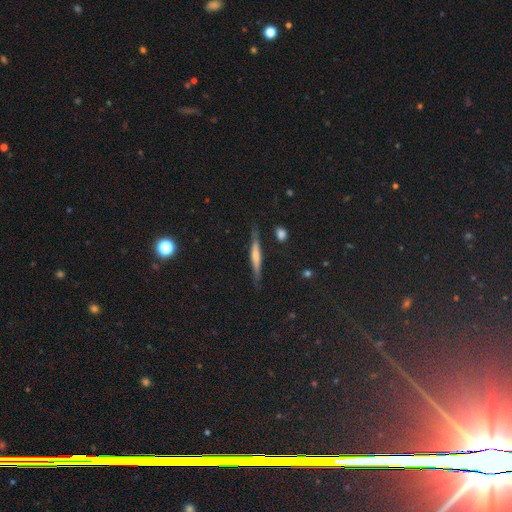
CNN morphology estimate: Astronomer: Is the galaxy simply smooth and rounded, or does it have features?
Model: featured or disk — 53% (runner-up: smooth, 38%).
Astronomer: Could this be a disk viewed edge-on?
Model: yes — 95%.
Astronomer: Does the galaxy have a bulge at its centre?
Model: rounded — 47% (runner-up: none, 33%).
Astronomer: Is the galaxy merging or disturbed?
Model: none — 82%.